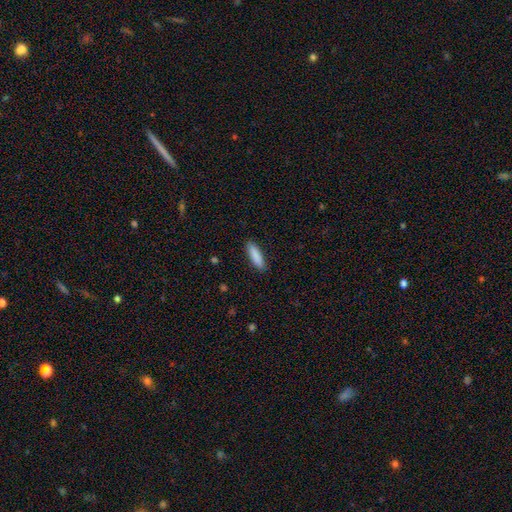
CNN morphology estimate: smooth-or-featured: smooth: 88% | star or artifact: 6% | featured or disk: 5%
  how-rounded: cigar-shaped: 66% | in between: 32% | round: 1%
  merging: none: 89% | minor disturbance: 8% | major disturbance: 2% | merger: 1%